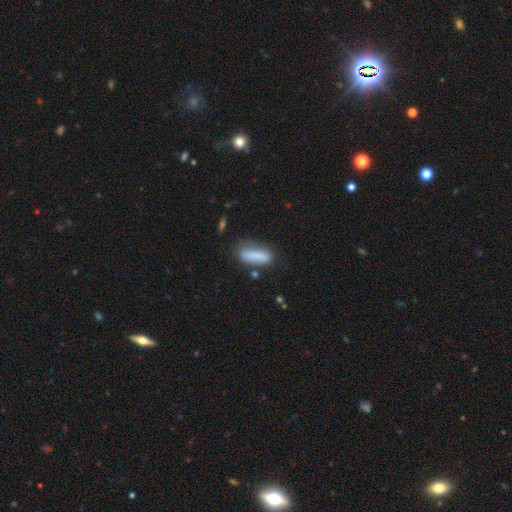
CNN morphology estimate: smooth 80%, featured or disk 12%, star or artifact 8%. Down the decision tree: how rounded — cigar-shaped (52%); merging — none (64%).